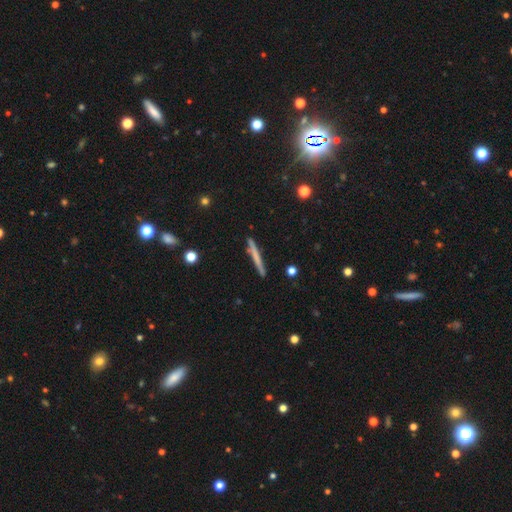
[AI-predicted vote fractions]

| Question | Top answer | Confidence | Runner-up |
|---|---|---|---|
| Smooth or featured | smooth | 56% | featured or disk (37%) |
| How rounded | cigar-shaped | 96% | in between (2%) |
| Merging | none | 85% | minor disturbance (10%) |